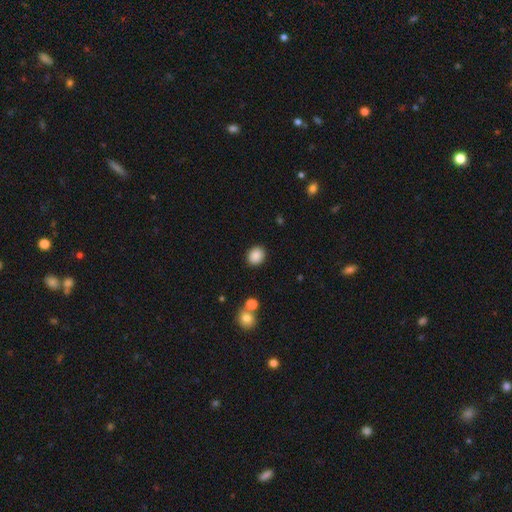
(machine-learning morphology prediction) A smooth galaxy with no disk features (88%) that is round (66%). Merging: none (89%).